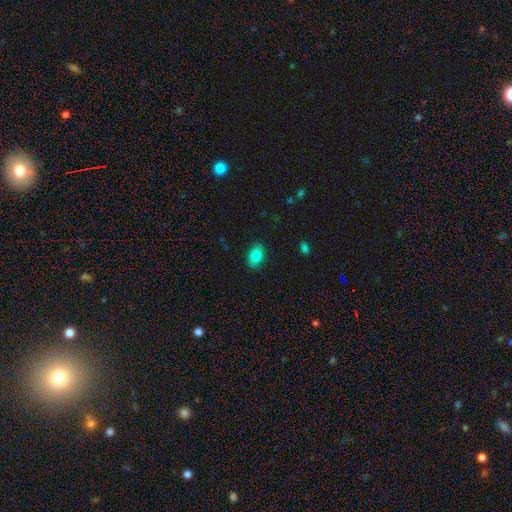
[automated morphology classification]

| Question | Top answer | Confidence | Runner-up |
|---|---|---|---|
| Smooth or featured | smooth | 84% | featured or disk (8%) |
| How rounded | in between | 88% | round (11%) |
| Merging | none | 88% | minor disturbance (9%) |